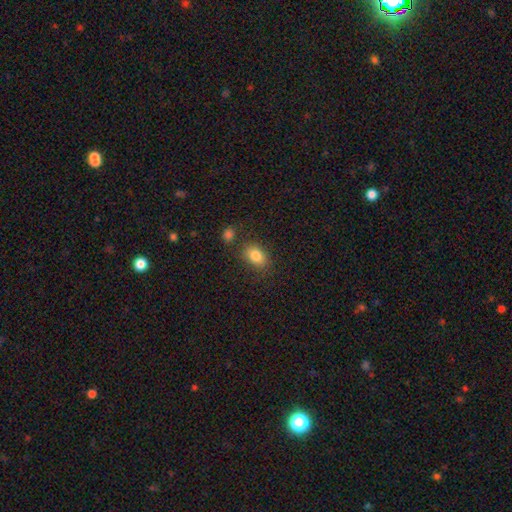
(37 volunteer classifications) This appears to be a smooth galaxy with no disk features (92%) that is in between round and cigar-shaped (82%). Merging: none (71%).